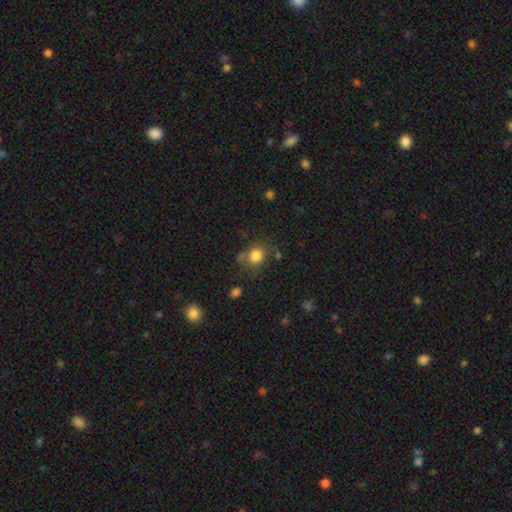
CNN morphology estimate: This appears to be a smooth galaxy with no disk features (81%) that is round (77%). Merging: none (69%).